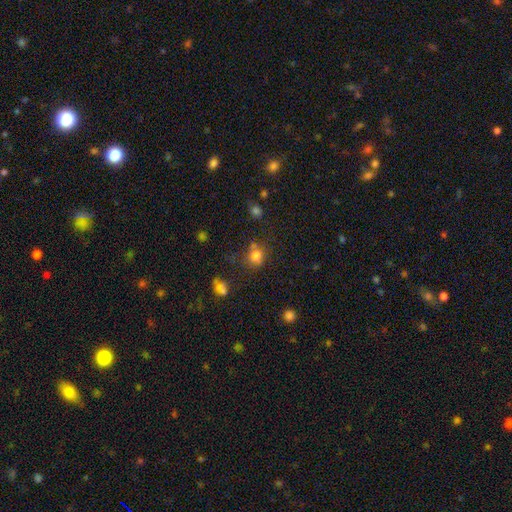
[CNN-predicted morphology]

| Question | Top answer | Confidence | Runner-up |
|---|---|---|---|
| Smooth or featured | smooth | 71% | star or artifact (19%) |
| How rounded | round | 76% | in between (22%) |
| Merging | none | 62% | minor disturbance (16%) |